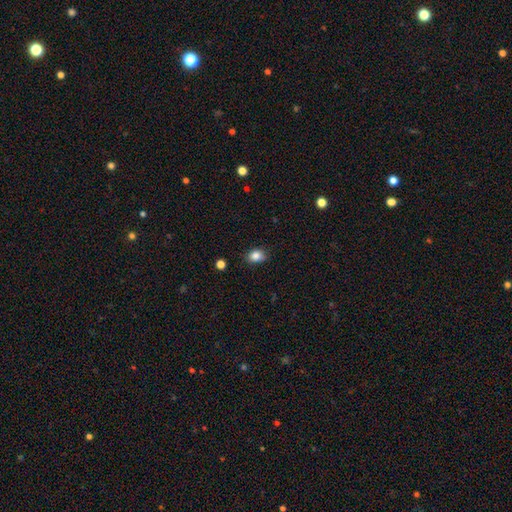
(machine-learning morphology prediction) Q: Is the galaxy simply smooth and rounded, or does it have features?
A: smooth — 85%.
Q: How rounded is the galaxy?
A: in between — 64%.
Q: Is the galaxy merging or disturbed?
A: none — 83%.